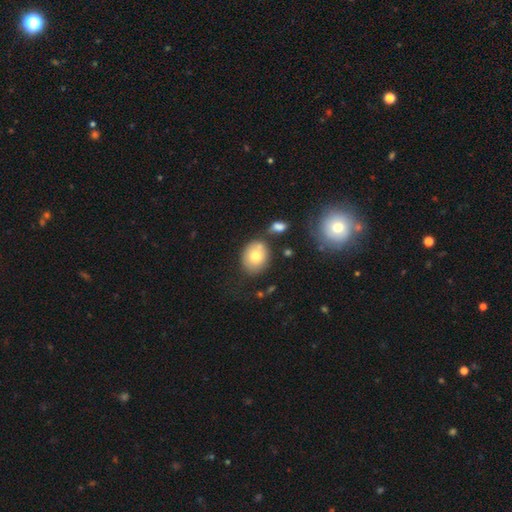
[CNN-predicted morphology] This is likely a smooth galaxy (75%). How rounded: possibly round (51%). Merging: likely none (63%).